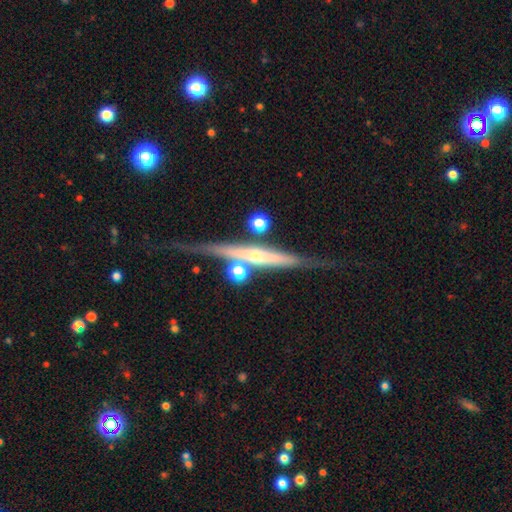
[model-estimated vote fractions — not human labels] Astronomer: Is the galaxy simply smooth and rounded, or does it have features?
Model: featured or disk — 77%.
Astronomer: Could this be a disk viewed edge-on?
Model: yes — 95%.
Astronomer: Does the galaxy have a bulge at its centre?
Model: rounded — 80%.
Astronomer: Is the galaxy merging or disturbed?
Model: none — 70%.